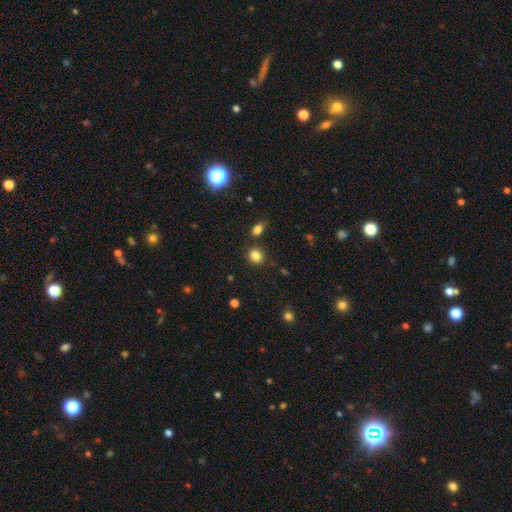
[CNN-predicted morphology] Smooth or featured?
  - smooth: 84% *
  - star or artifact: 11%
  - featured or disk: 5%
How rounded?
  - round: 77% *
  - in between: 22%
  - cigar-shaped: 1%
Merging?
  - none: 81% *
  - minor disturbance: 9%
  - merger: 7%
  - major disturbance: 3%